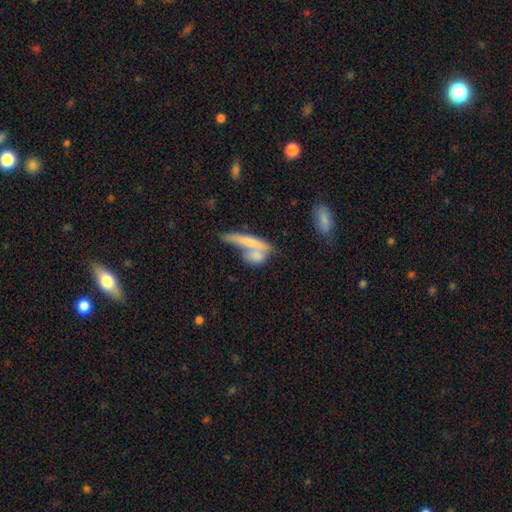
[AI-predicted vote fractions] Smooth or featured?
  - smooth: 67% *
  - featured or disk: 25%
  - star or artifact: 8%
How rounded?
  - cigar-shaped: 48% *
  - in between: 37%
  - round: 15%
Merging?
  - merger: 50% *
  - none: 33%
  - minor disturbance: 10%
  - major disturbance: 7%